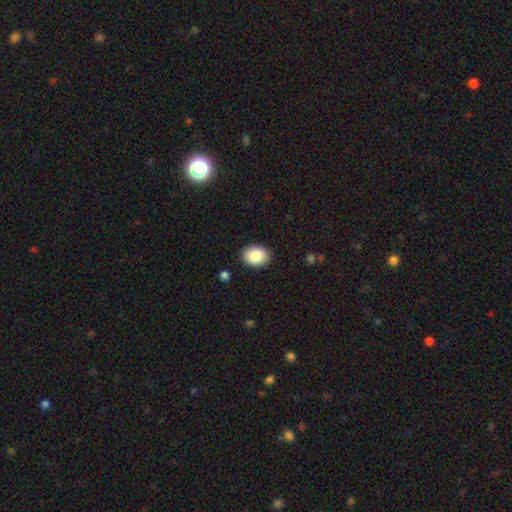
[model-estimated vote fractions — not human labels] A smooth galaxy with no disk features (87%) that is in between round and cigar-shaped (72%). Merging: none (89%).